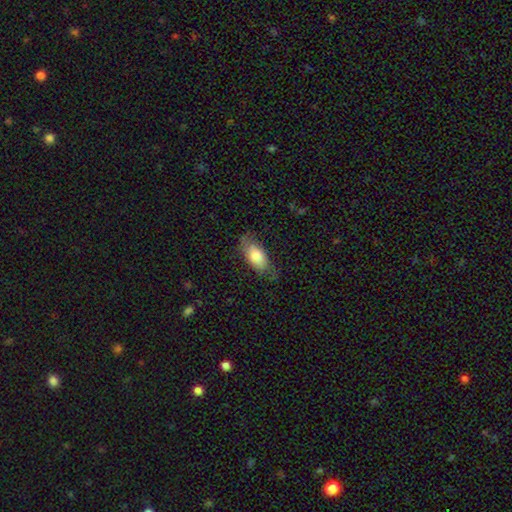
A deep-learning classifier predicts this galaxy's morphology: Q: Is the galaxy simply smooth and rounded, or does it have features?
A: smooth — 76%.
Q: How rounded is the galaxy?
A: in between — 89%.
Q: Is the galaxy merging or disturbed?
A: none — 65%.